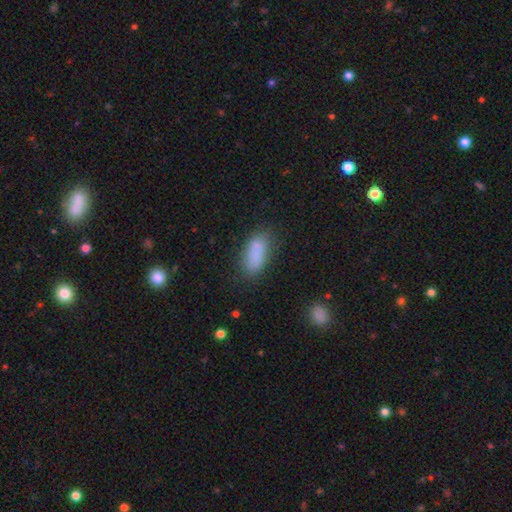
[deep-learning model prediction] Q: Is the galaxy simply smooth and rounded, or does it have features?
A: smooth — 82%.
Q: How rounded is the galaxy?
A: in between — 83%.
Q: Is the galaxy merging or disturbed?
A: none — 67%.